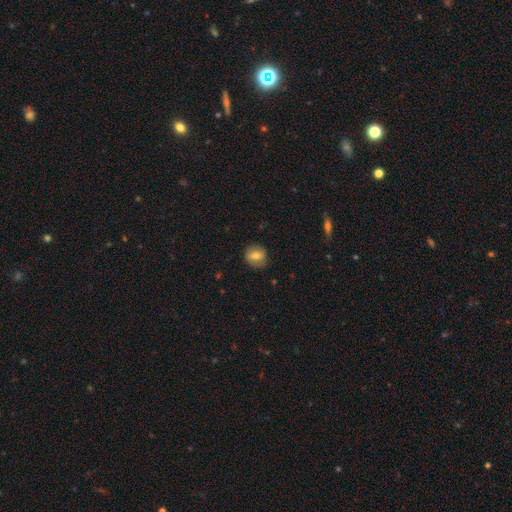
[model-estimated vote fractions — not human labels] The model was most divided on "smooth or featured": smooth: 66%, featured or disk: 25%, star or artifact: 9%. More confident: merging — none (82%); how rounded — round (77%).